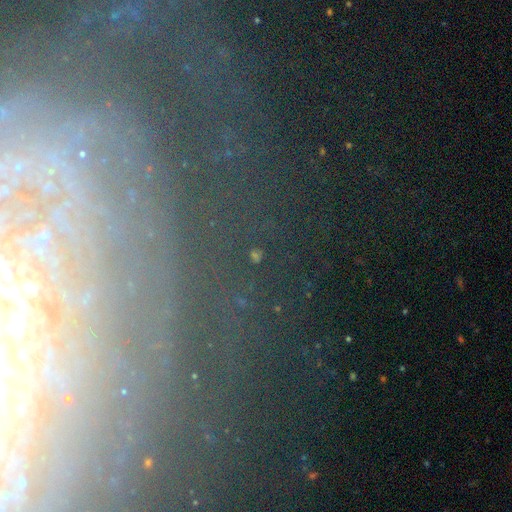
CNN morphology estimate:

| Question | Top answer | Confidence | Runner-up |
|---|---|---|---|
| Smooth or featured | star or artifact | 51% | featured or disk (31%) |